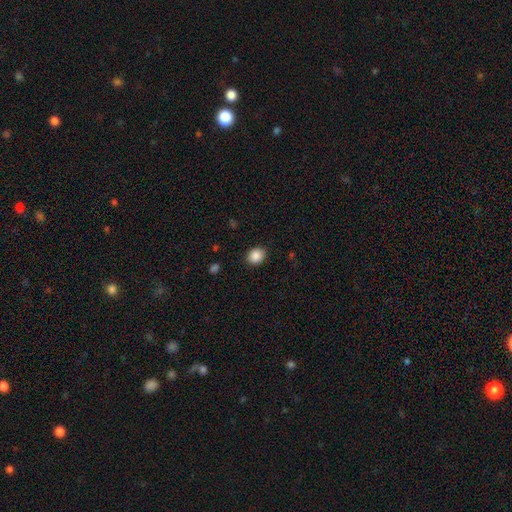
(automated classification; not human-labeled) Q: Smooth or featured?
A: smooth (88%); runner-up: star or artifact (9%)
Q: How rounded?
A: round (63%); runner-up: in between (36%)
Q: Merging?
A: none (89%); runner-up: minor disturbance (8%)